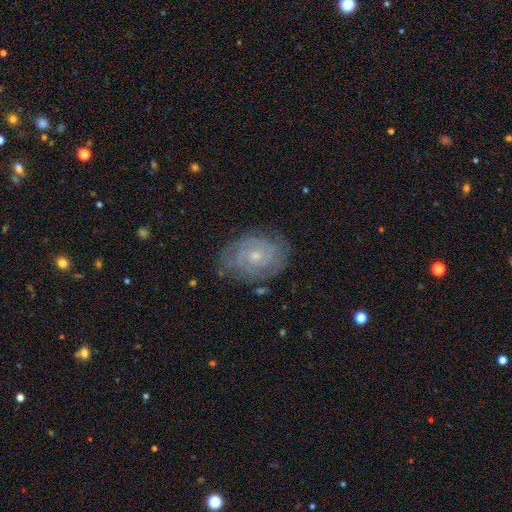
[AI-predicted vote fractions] This appears to be a featured or disk galaxy (77%) with no bar (78%), tight (75%) spiral arms (90%) and a small central bulge (70%). Merging: none (75%).